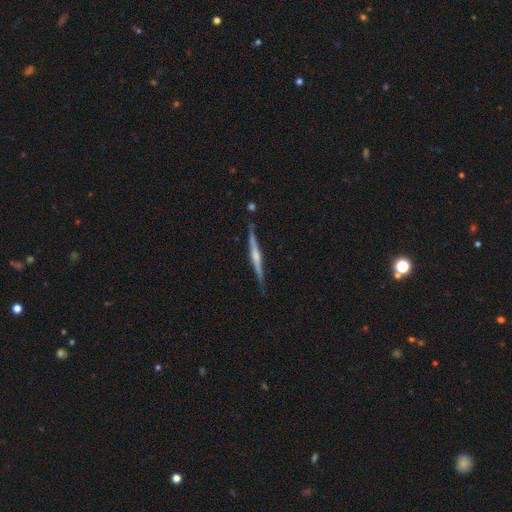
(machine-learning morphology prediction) Smooth or featured? Predicted: featured or disk (p=0.72). Edge-on disk? Predicted: yes (p=0.98). Edge-on bulge? Predicted: rounded (p=0.64). Merging? Predicted: none (p=0.85).